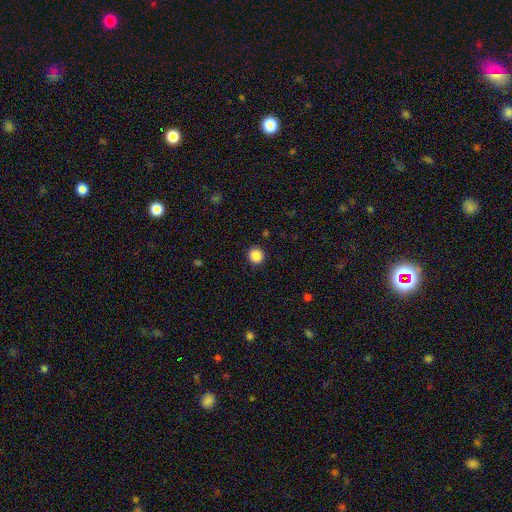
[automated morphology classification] The model was most divided on "smooth or featured": smooth: 87%, star or artifact: 10%, featured or disk: 3%. More confident: how rounded — round (92%); merging — none (92%).